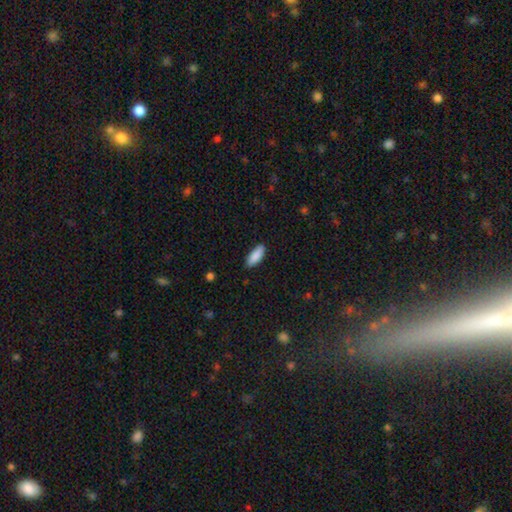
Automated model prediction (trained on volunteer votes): Smooth or featured?
  - smooth: 89% *
  - star or artifact: 6%
  - featured or disk: 5%
How rounded?
  - in between: 72% *
  - cigar-shaped: 26%
  - round: 2%
Merging?
  - none: 87% *
  - minor disturbance: 10%
  - major disturbance: 2%
  - merger: 1%